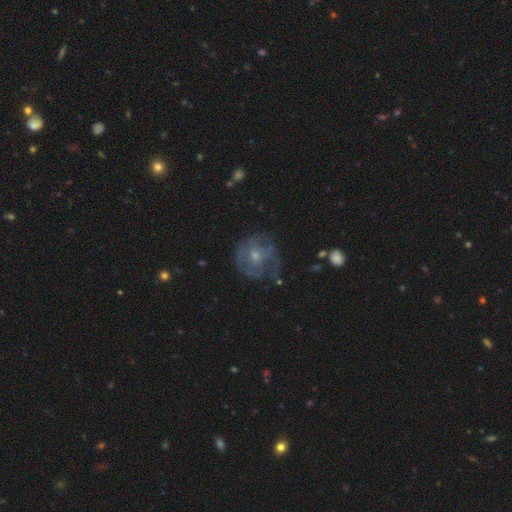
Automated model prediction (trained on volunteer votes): This is possibly a featured or disk galaxy (54%). It is clearly not viewed edge-on (97%). Bar: likely no (80%). Spiral arm pattern: possibly no (57%). Central bulge: possibly small (51%). Merging: possibly none (53%).